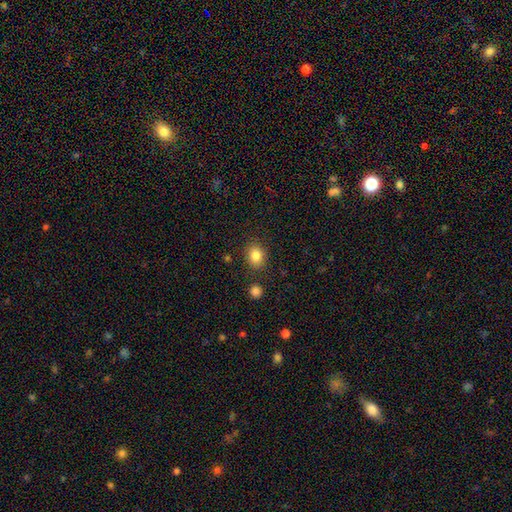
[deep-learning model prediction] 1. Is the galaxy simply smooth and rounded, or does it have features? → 84% smooth, 10% star or artifact, 6% featured or disk.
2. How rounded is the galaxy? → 57% round, 42% in between, 1% cigar-shaped.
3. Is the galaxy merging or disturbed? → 85% none, 9% minor disturbance, 3% merger, 3% major disturbance.